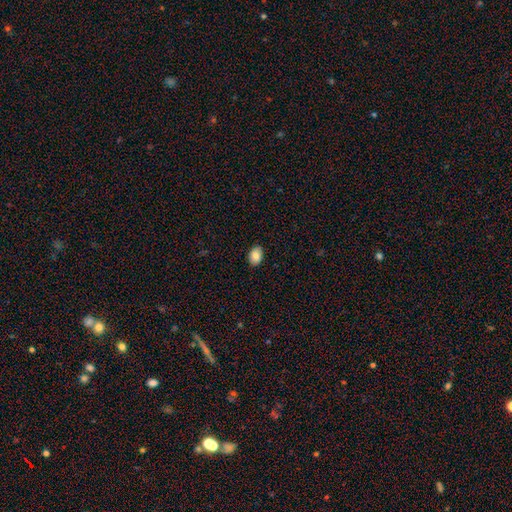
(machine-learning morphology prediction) Smooth or featured: smooth — 86% (star or artifact — 8%)
How rounded: in between — 85% (round — 14%)
Merging: none — 88% (minor disturbance — 9%)